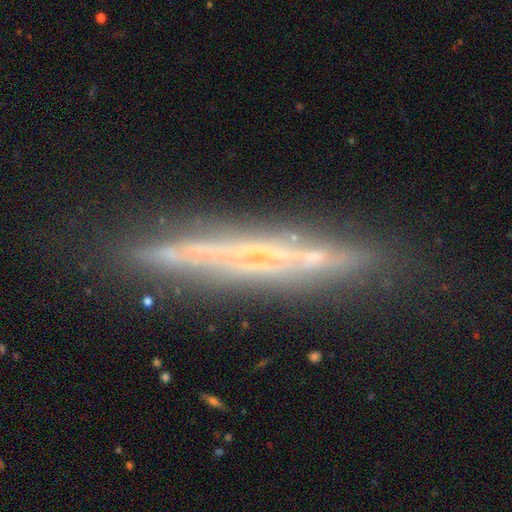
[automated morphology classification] smooth_or_featured: featured or disk (p=0.69) [alt: smooth p=0.22]
disk_edge_on: yes (p=0.93) [alt: no p=0.07]
edge_on_bulge: none (p=0.85) [alt: rounded p=0.09]
merging: none (p=0.81) [alt: minor disturbance p=0.13]